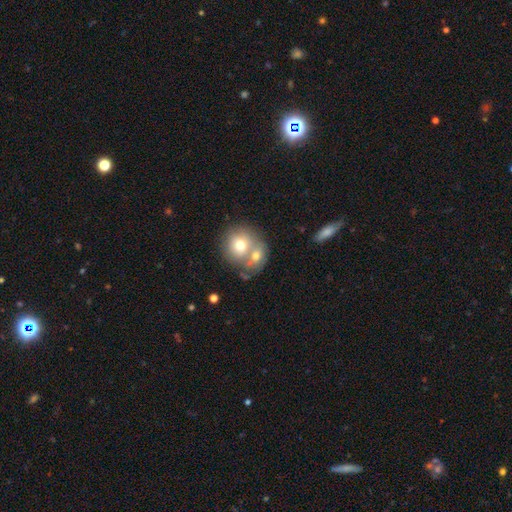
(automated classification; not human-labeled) This appears to be a smooth galaxy with no disk features (67%) that is round (74%). Merging: merger (61%).